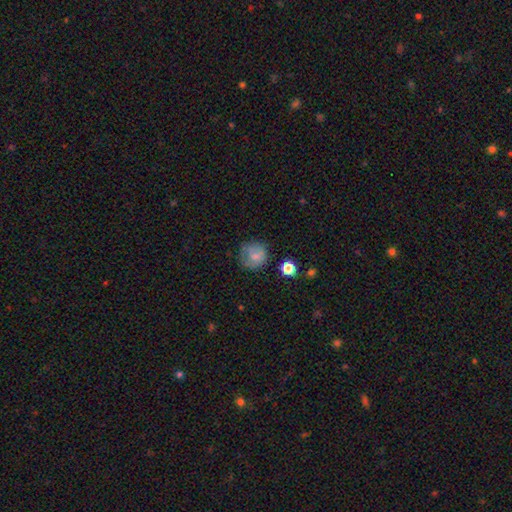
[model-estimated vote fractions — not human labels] This is likely a smooth galaxy (71%). How rounded: clearly round (87%). Merging: likely none (65%).